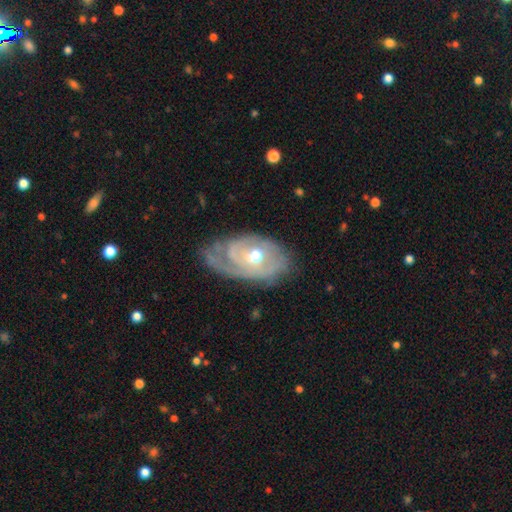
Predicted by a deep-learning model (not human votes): Smooth or featured? featured or disk (77%)
Edge-on disk? no (95%)
Bar? no (62%)
Spiral arms? yes (82%)
Spiral winding? tight (53%)
Spiral arm count? 1 (30%)
Bulge size? moderate (69%)
Merging? none (47%)